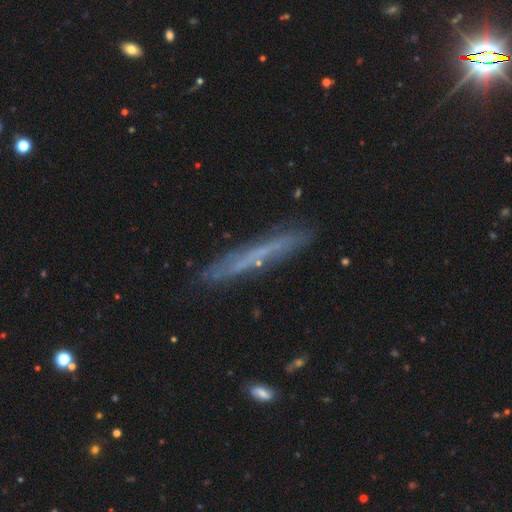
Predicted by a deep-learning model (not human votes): Morphology: type=featured or disk (50%); edge-on=yes (84%); merging=none (81%).